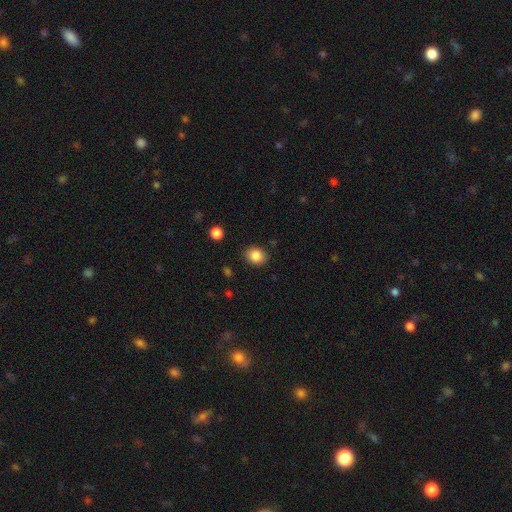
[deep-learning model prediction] Overall: smooth (86%). How rounded: round (63%; in between 36%). Merging: none (87%).